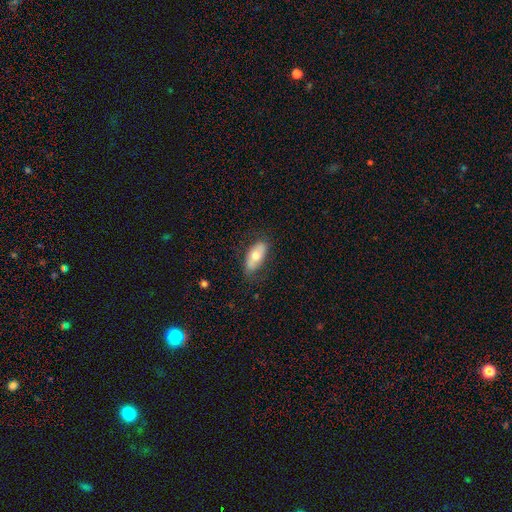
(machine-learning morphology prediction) Smooth or featured?
  - smooth: 63% *
  - featured or disk: 31%
  - star or artifact: 6%
How rounded?
  - in between: 85% *
  - cigar-shaped: 12%
  - round: 3%
Merging?
  - none: 76% *
  - minor disturbance: 18%
  - major disturbance: 5%
  - merger: 1%